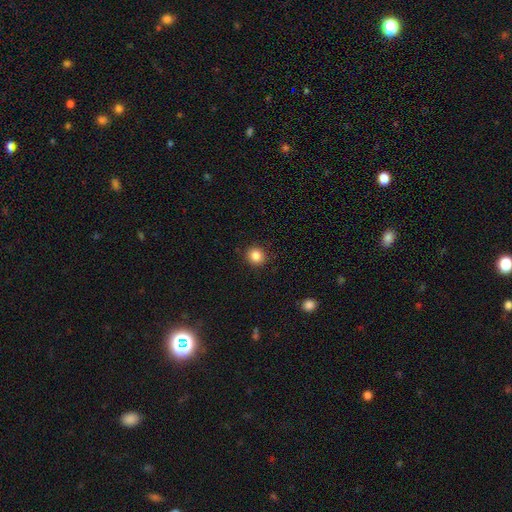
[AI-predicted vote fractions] The model was most divided on "smooth or featured": smooth: 85%, star or artifact: 10%, featured or disk: 5%. More confident: merging — none (91%); how rounded — round (89%).